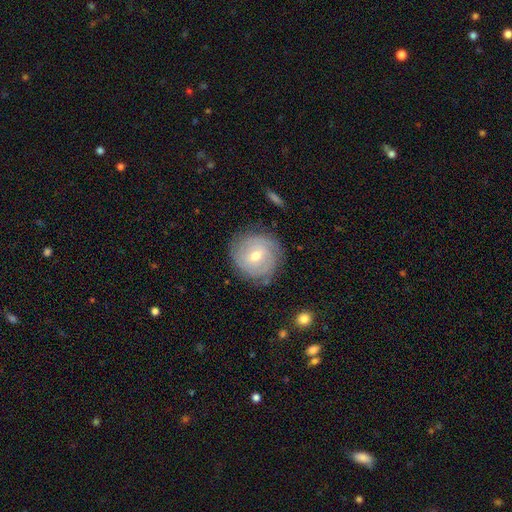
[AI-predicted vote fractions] Morphology: type=featured or disk (70%); edge-on=no (97%); bar=no (46%); spiral arms=yes (87%); winding=tight (75%); arm count=can't tell (43%); bulge=moderate (61%); merging=none (80%).